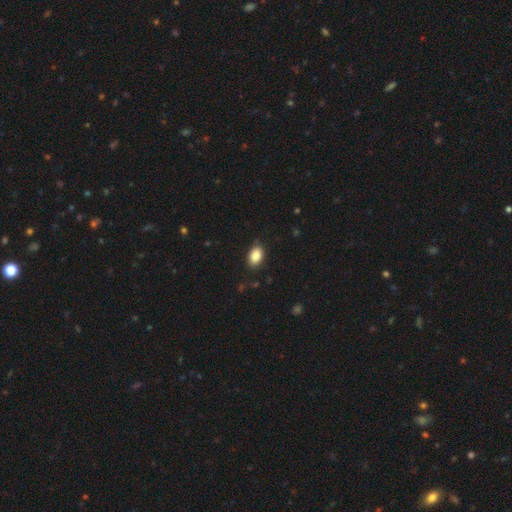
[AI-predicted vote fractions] The model was most divided on "merging": none: 84%, minor disturbance: 12%, major disturbance: 3%, merger: 1%. More confident: how rounded — in between (87%); smooth or featured — smooth (86%).